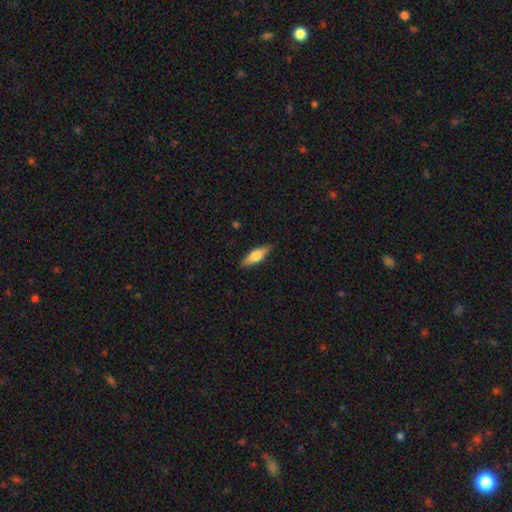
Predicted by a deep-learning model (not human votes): Overall: smooth (54%; featured or disk 40%). How rounded: cigar-shaped (49%; in between 48%). Merging: none (88%).